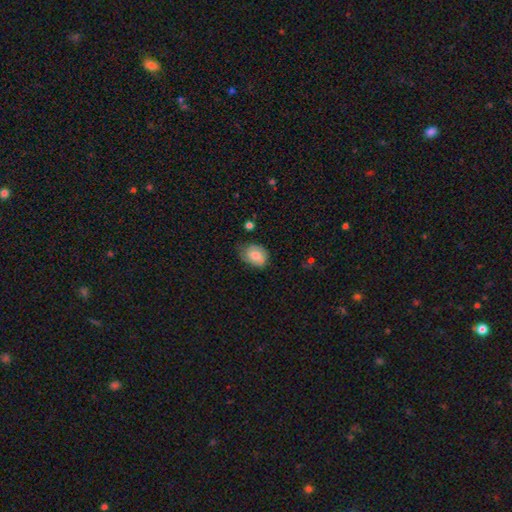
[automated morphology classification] type=smooth (66%); roundness=in between (68%); merging=none (62%).